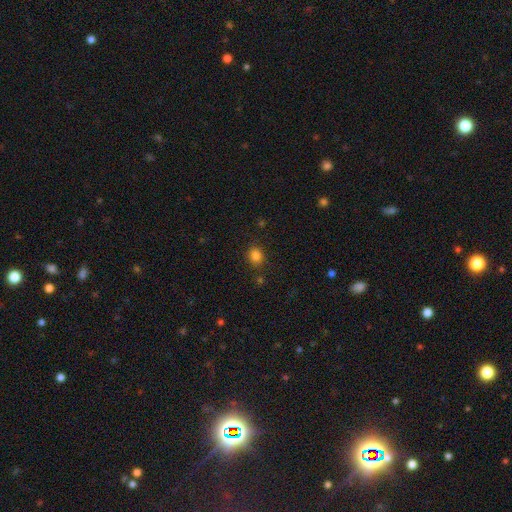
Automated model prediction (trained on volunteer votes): Q: Smooth or featured?
A: smooth (83%); runner-up: star or artifact (13%)
Q: How rounded?
A: round (70%); runner-up: in between (29%)
Q: Merging?
A: none (85%); runner-up: minor disturbance (10%)